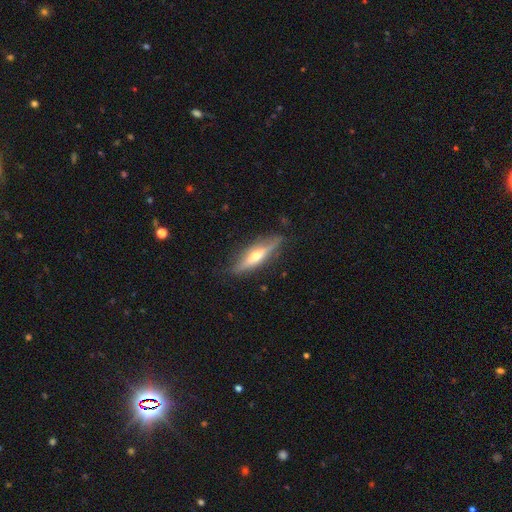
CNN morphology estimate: A featured or disk galaxy (62%) viewed edge-on (92%) with a rounded central bulge (86%).

Vote fractions:
- Smooth or featured? featured or disk: 62% / smooth: 32% / star or artifact: 6%
- Edge-on disk? yes: 92% / no: 8%
- Edge-on bulge? rounded: 86% / none: 7% / boxy: 7%
- Merging? none: 83% / minor disturbance: 13% / major disturbance: 3% / merger: 1%